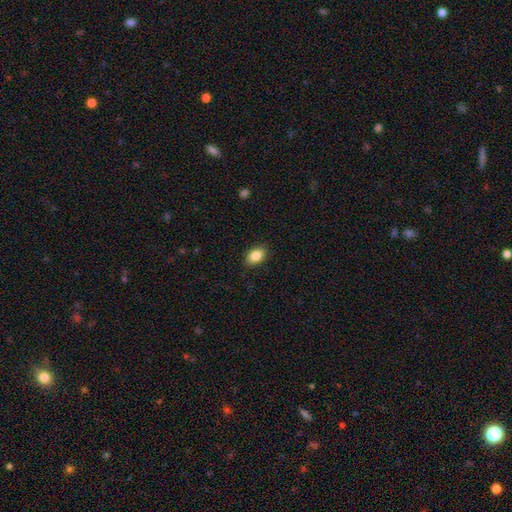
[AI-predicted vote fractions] A smooth galaxy with no disk features (85%) that is in between round and cigar-shaped (84%). Merging: none (87%).